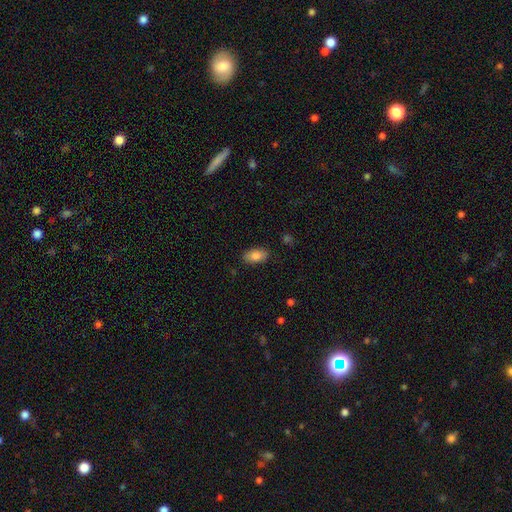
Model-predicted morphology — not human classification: Smooth or featured? Predicted: smooth (p=0.84). How rounded? Predicted: in between (p=0.92). Merging? Predicted: none (p=0.86).